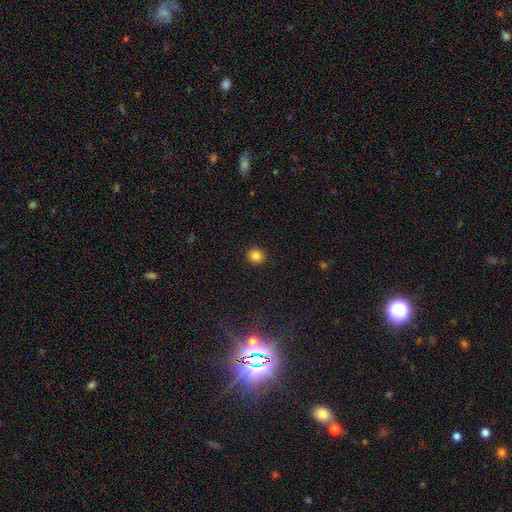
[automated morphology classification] Smooth or featured? smooth (85%)
How rounded? round (85%)
Merging? none (92%)